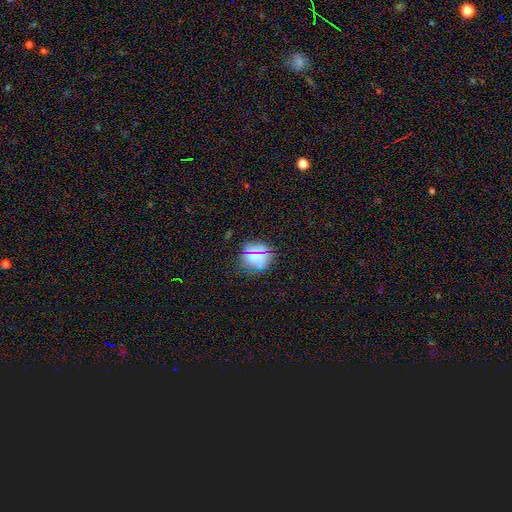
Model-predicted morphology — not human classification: smooth-or-featured: smooth: 64% | star or artifact: 27% | featured or disk: 9%
  how-rounded: round: 84% | in between: 15% | cigar-shaped: 2%
  merging: none: 81% | minor disturbance: 12% | major disturbance: 4% | merger: 2%